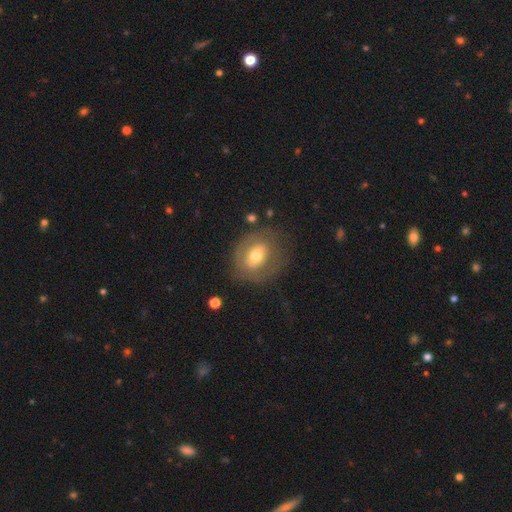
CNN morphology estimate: Smooth or featured: featured or disk — 47% (smooth — 46%)
Merging: none — 65% (minor disturbance — 19%)